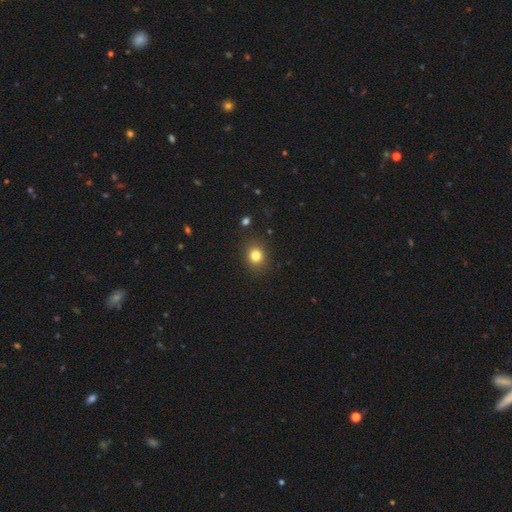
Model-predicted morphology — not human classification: This is clearly a smooth galaxy (82%). How rounded: likely round (75%). Merging: clearly none (88%).